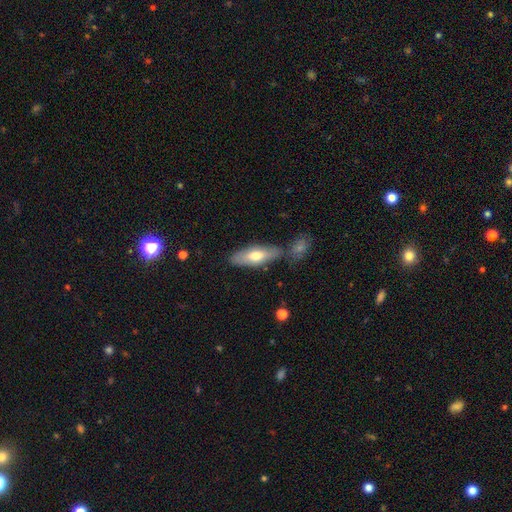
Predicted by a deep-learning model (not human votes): smooth 65%, featured or disk 29%, star or artifact 6%. Down the decision tree: how rounded — in between (63%); merging — none (70%).